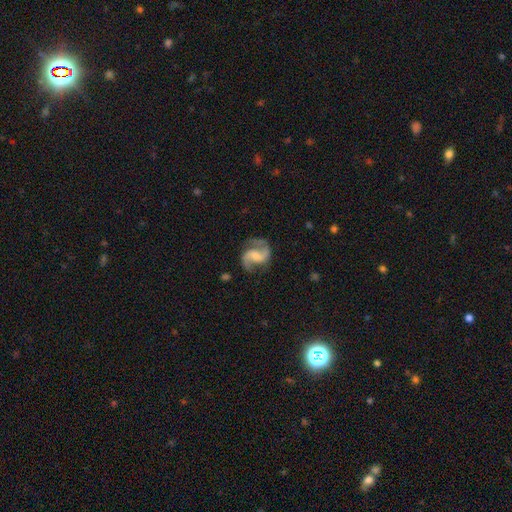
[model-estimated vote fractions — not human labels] Smooth or featured?
  - featured or disk: 89% *
  - smooth: 6%
  - star or artifact: 5%
Edge-on disk?
  - no: 98% *
  - yes: 2%
Bar?
  - weak: 48% *
  - no: 34%
  - strong: 19%
Spiral arms?
  - yes: 98% *
  - no: 2%
Spiral winding?
  - medium: 53% *
  - loose: 36%
  - tight: 11%
Spiral arm count?
  - 2: 93% *
  - 1: 2%
  - can't tell: 2%
  - 3: 1%
  - 4: 1%
  - more than 4: 1%
Bulge size?
  - small: 34% *
  - moderate: 30%
  - none: 27%
  - large: 7%
  - dominant: 1%
Merging?
  - none: 77% *
  - minor disturbance: 14%
  - major disturbance: 7%
  - merger: 1%